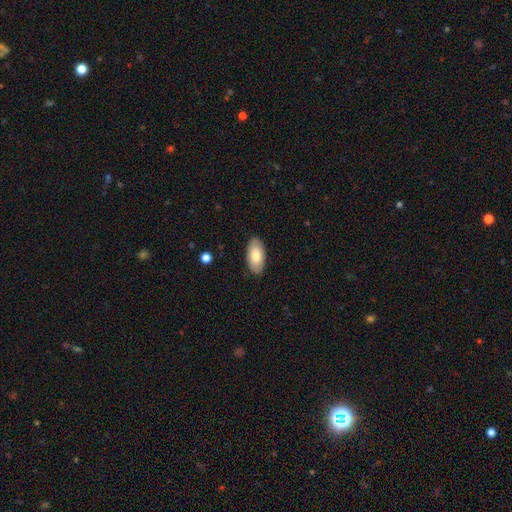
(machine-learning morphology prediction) smooth_or_featured: smooth (p=0.80) [alt: featured or disk p=0.14]
how_rounded: in between (p=0.95) [alt: cigar-shaped p=0.03]
merging: none (p=0.88) [alt: minor disturbance p=0.09]